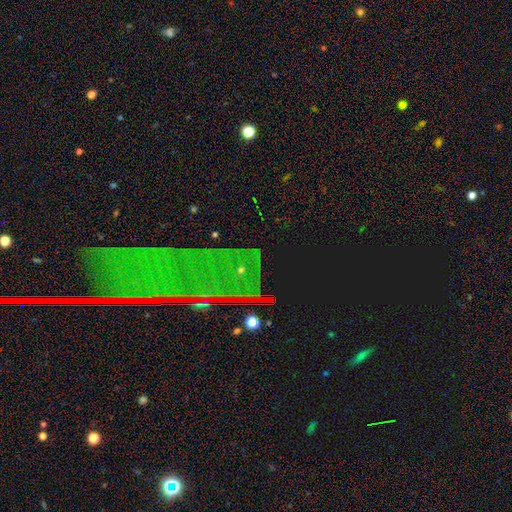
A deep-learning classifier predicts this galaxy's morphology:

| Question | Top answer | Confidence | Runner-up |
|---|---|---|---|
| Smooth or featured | star or artifact | 79% | smooth (11%) |